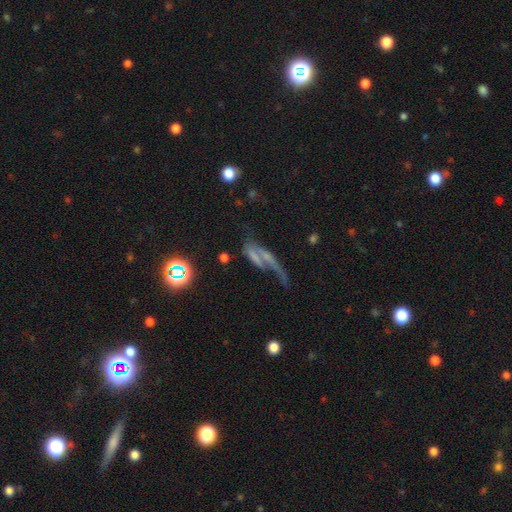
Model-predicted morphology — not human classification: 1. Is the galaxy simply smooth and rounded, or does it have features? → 46% featured or disk, 37% smooth, 17% star or artifact.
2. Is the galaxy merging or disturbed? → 43% major disturbance, 22% merger, 21% none, 14% minor disturbance.